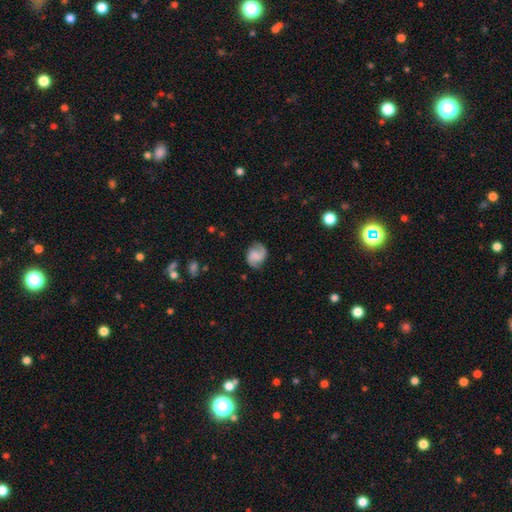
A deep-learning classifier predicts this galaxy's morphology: Smooth or featured: featured or disk — 71% (smooth — 22%)
Edge-on disk: no — 98% (yes — 2%)
Bar: no — 46% (weak — 43%)
Spiral arms: yes — 95% (no — 5%)
Spiral winding: medium — 49% (loose — 30%)
Spiral arm count: 2 — 90% (can't tell — 4%)
Bulge size: none — 48% (small — 23%)
Merging: none — 80% (minor disturbance — 14%)